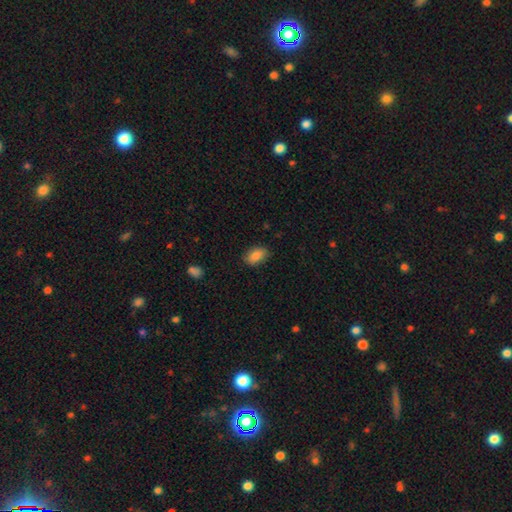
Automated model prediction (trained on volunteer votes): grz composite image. It shows a smooth galaxy with no disk features (86%) that is in between round and cigar-shaped (89%). Merging: none (83%).